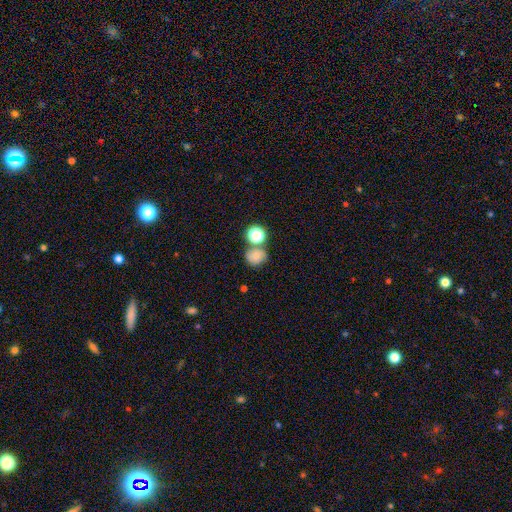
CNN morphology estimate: smooth_or_featured: smooth (p=0.73) [alt: star or artifact p=0.15]
how_rounded: round (p=0.69) [alt: in between p=0.30]
merging: none (p=0.56) [alt: merger p=0.25]